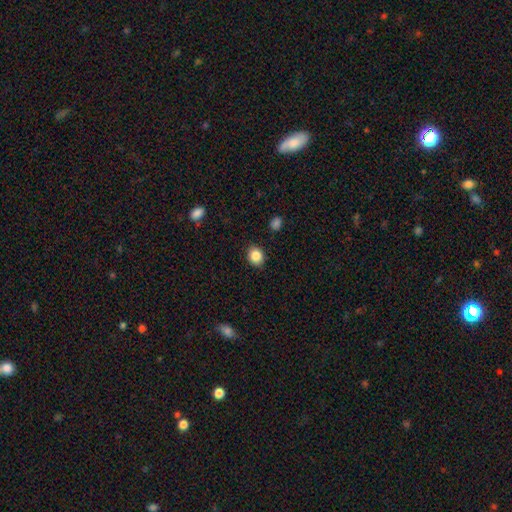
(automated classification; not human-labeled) Smooth or featured: smooth — 86% (star or artifact — 10%)
How rounded: round — 66% (in between — 33%)
Merging: none — 88% (minor disturbance — 8%)